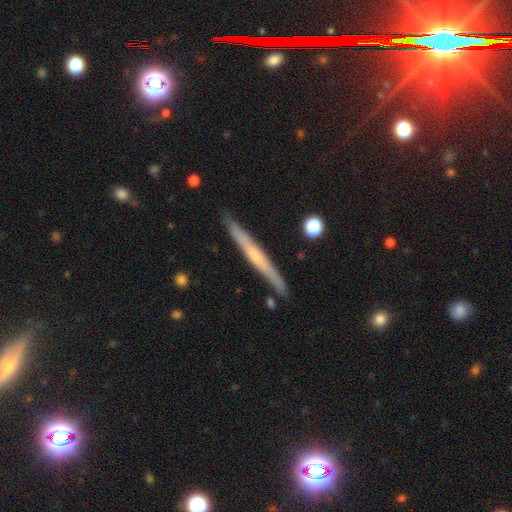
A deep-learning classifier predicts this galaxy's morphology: Smooth or featured? Predicted: featured or disk (p=0.60). Edge-on disk? Predicted: yes (p=0.96). Edge-on bulge? Predicted: none (p=0.48). Merging? Predicted: none (p=0.89).